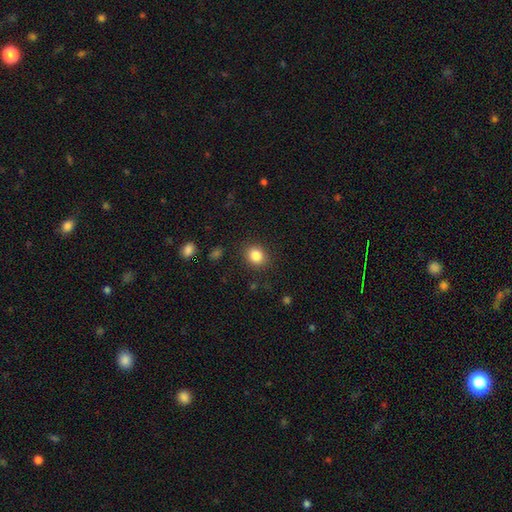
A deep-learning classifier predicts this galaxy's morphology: Q: Smooth or featured?
A: smooth (85%); runner-up: star or artifact (10%)
Q: How rounded?
A: round (65%); runner-up: in between (34%)
Q: Merging?
A: none (87%); runner-up: minor disturbance (9%)